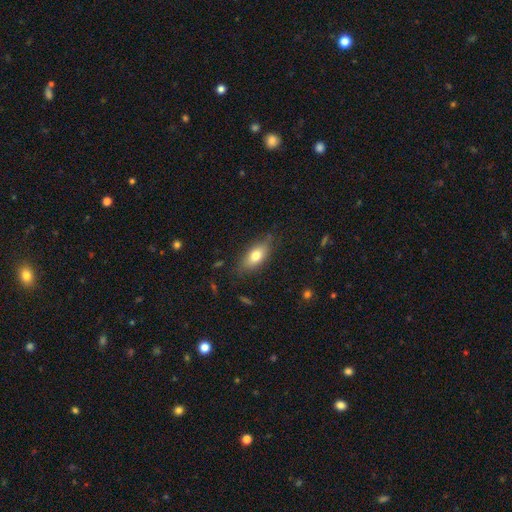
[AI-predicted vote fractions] A smooth galaxy with no disk features (74%) that is in between round and cigar-shaped (82%). Merging: none (77%).